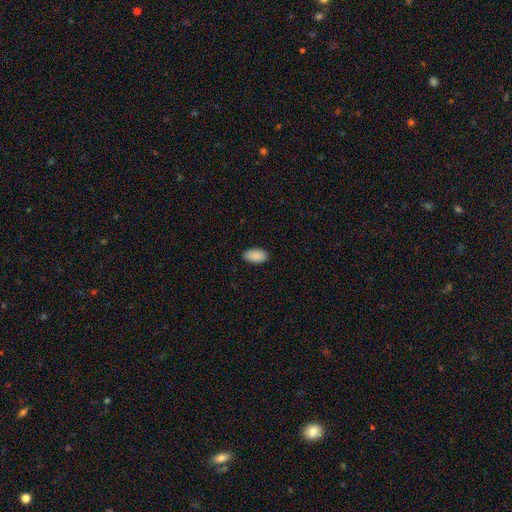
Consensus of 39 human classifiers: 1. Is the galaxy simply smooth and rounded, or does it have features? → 92% smooth, 5% star or artifact, 3% featured or disk.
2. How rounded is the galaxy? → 94% in between, 6% round, 0% cigar-shaped.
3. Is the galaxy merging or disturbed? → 92% none, 5% minor disturbance, 3% merger, 0% major disturbance.